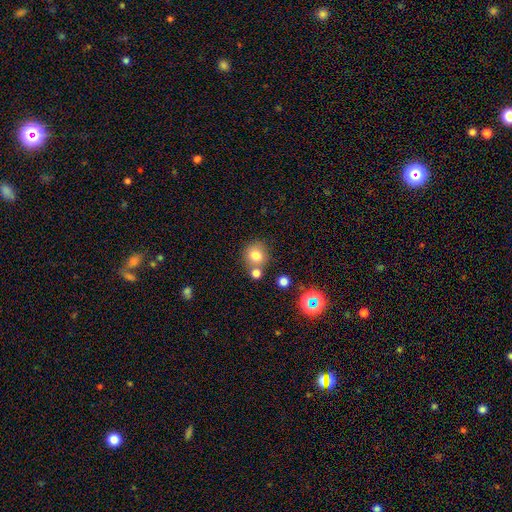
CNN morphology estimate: Smooth or featured: smooth — 78% (star or artifact — 13%)
How rounded: round — 85% (in between — 14%)
Merging: none — 65% (merger — 21%)